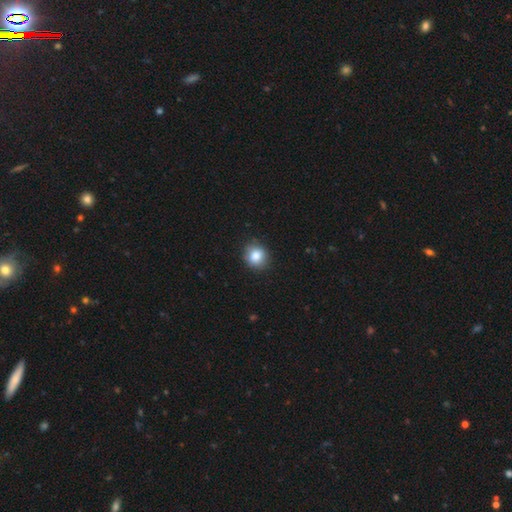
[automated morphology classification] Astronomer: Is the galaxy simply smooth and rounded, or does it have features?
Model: smooth — 84%.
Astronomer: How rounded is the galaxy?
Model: round — 80%.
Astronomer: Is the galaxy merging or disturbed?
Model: none — 85%.